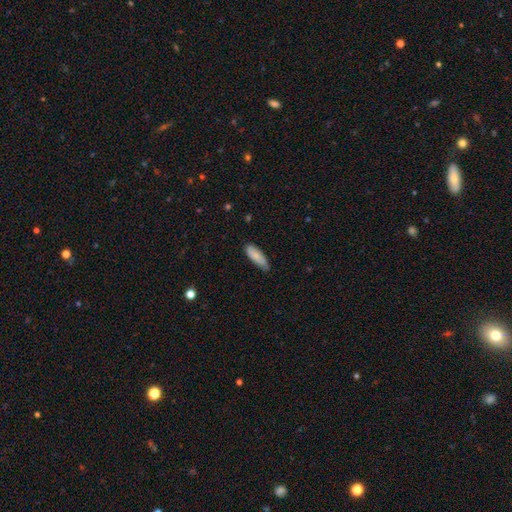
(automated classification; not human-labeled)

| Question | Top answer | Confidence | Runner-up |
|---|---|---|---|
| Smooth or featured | smooth | 82% | featured or disk (12%) |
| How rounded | in between | 62% | cigar-shaped (37%) |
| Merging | none | 74% | minor disturbance (22%) |